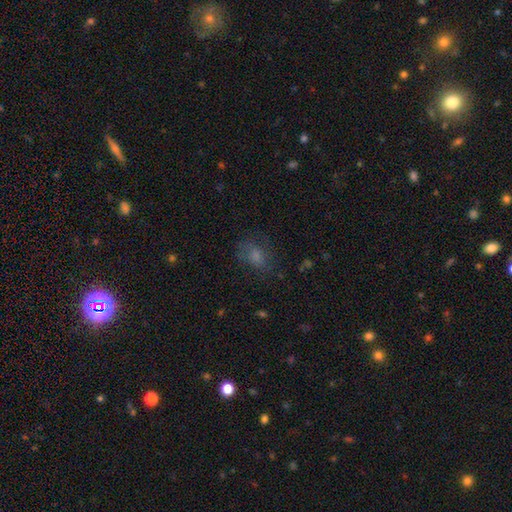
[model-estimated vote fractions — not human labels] Smooth or featured: smooth — 66% (featured or disk — 17%)
How rounded: in between — 63% (round — 36%)
Merging: none — 63% (minor disturbance — 20%)